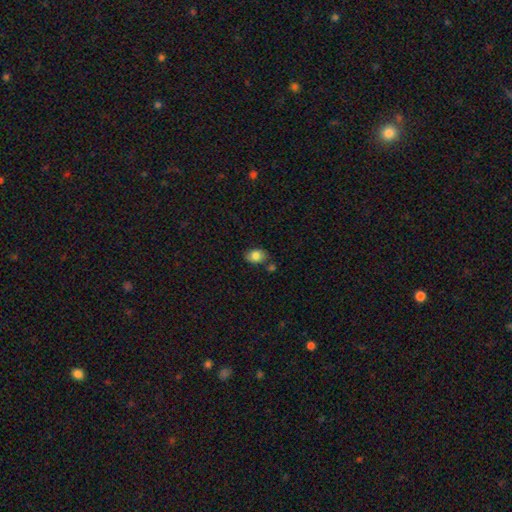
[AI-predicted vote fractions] smooth_or_featured: smooth (p=0.83) [alt: featured or disk p=0.09]
how_rounded: in between (p=0.78) [alt: round p=0.21]
merging: none (p=0.73) [alt: minor disturbance p=0.15]